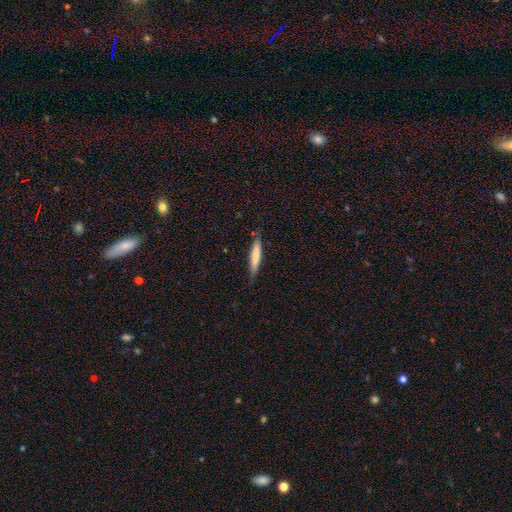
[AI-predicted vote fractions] Morphology: type=smooth (72%); roundness=cigar-shaped (91%); merging=none (82%).